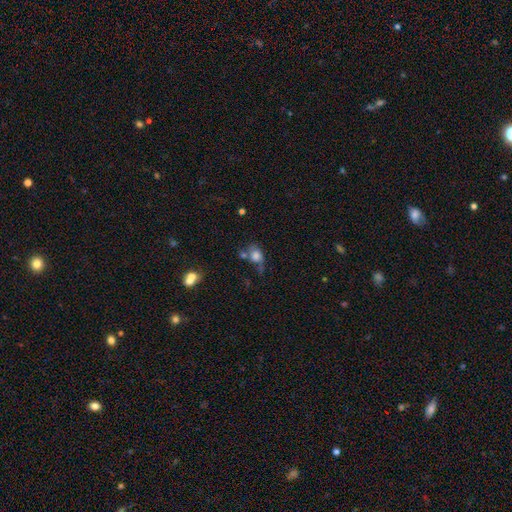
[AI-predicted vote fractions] smooth-or-featured: smooth: 71% | featured or disk: 17% | star or artifact: 12%
  how-rounded: round: 50% | in between: 48% | cigar-shaped: 2%
  merging: none: 33% | minor disturbance: 25% | major disturbance: 22% | merger: 20%